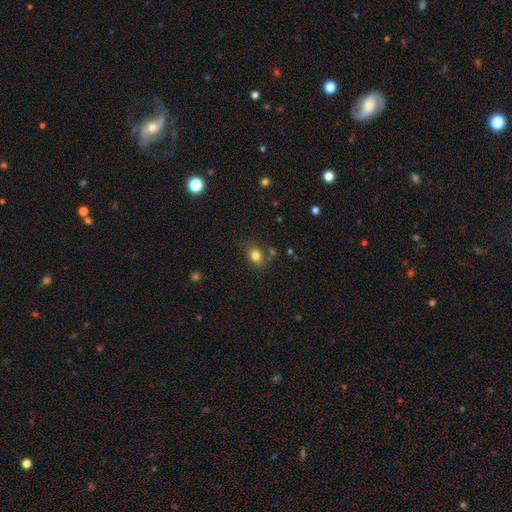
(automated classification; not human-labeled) smooth-or-featured: smooth: 82% | star or artifact: 11% | featured or disk: 7%
  how-rounded: in between: 58% | round: 41% | cigar-shaped: 1%
  merging: none: 74% | minor disturbance: 15% | merger: 6% | major disturbance: 4%